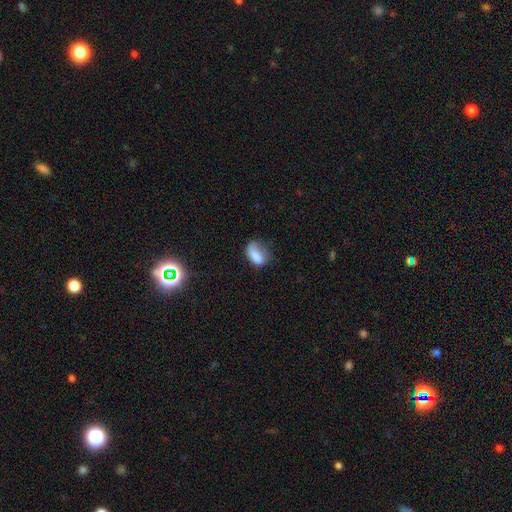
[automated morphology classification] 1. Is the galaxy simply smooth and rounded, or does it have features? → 76% smooth, 15% featured or disk, 9% star or artifact.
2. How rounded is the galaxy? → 85% in between, 10% round, 6% cigar-shaped.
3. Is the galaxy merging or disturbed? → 38% none, 32% minor disturbance, 27% major disturbance, 3% merger.